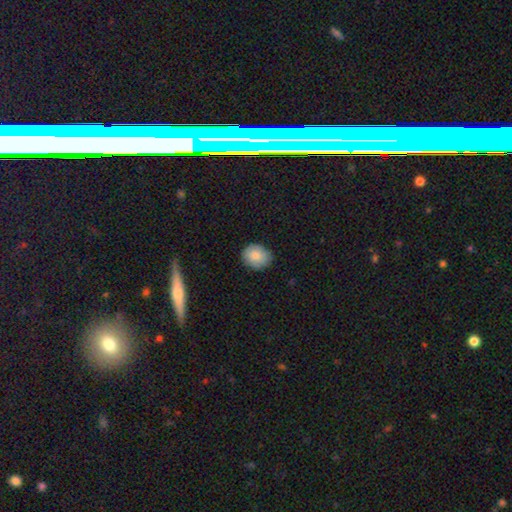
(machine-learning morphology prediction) smooth_or_featured: smooth (p=0.83) [alt: featured or disk p=0.09]
how_rounded: round (p=0.58) [alt: in between p=0.41]
merging: none (p=0.81) [alt: minor disturbance p=0.15]